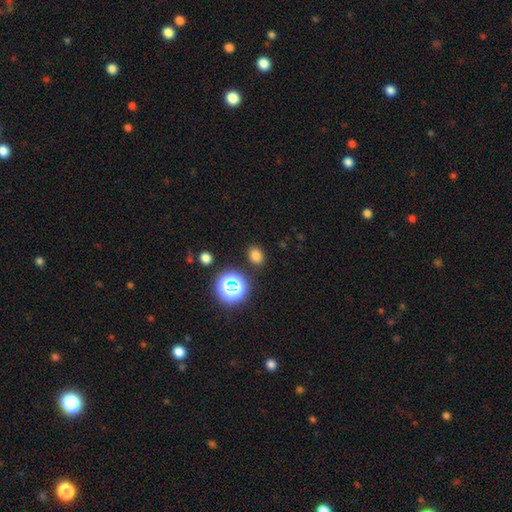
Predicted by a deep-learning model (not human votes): smooth_or_featured: smooth (p=0.75) [alt: star or artifact p=0.20]
how_rounded: in between (p=0.60) [alt: round p=0.39]
merging: none (p=0.86) [alt: minor disturbance p=0.09]